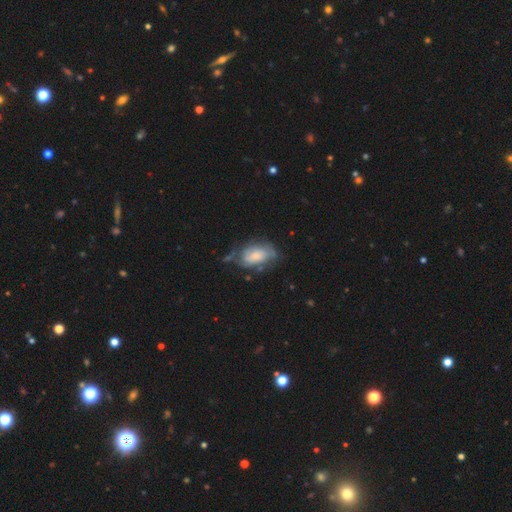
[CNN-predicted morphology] type=smooth (50%); merging=none (44%).